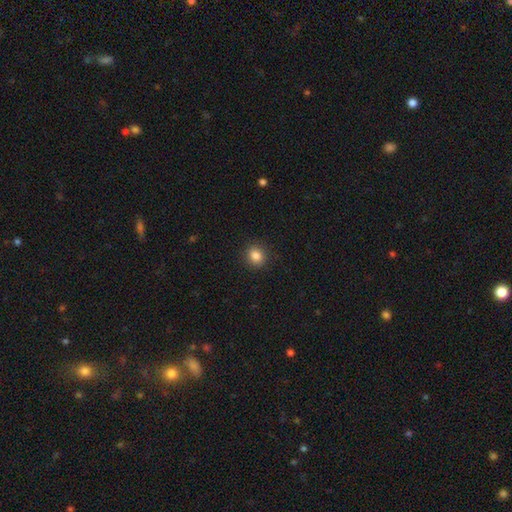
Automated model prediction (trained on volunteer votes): smooth-or-featured: smooth: 84% | star or artifact: 11% | featured or disk: 5%
  how-rounded: round: 76% | in between: 23% | cigar-shaped: 1%
  merging: none: 91% | minor disturbance: 6% | major disturbance: 2% | merger: 1%